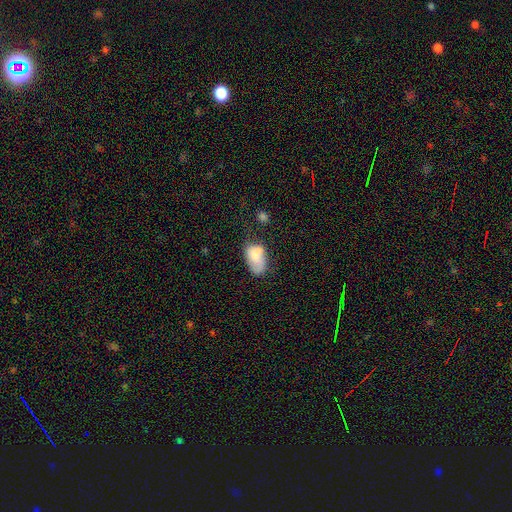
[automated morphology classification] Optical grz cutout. It shows a smooth galaxy with no disk features (74%) that is in between round and cigar-shaped (90%). Merging: none (35%).